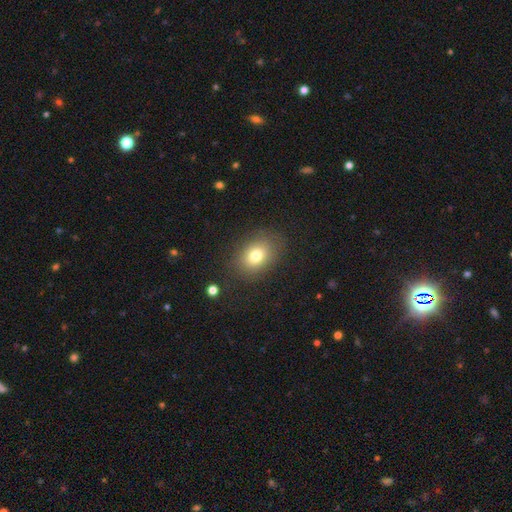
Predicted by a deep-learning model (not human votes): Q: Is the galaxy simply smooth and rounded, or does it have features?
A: smooth — 77%.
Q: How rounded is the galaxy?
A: in between — 68%.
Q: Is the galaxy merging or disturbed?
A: none — 82%.